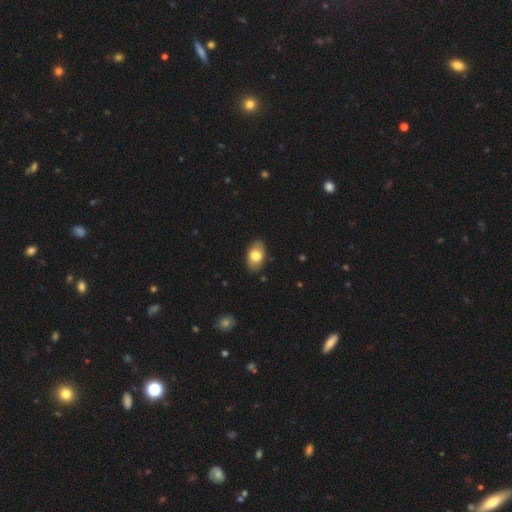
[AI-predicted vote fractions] A smooth galaxy with no disk features (76%) that is in between round and cigar-shaped (91%). Merging: none (86%).